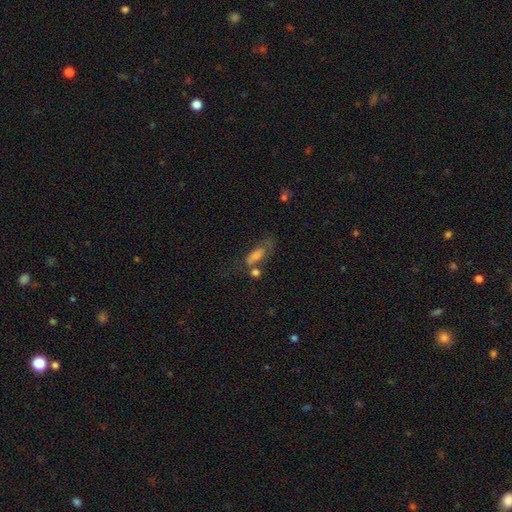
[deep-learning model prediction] smooth_or_featured: smooth (p=0.55) [alt: featured or disk p=0.29]
how_rounded: in between (p=0.63) [alt: cigar-shaped p=0.32]
merging: none (p=0.37) [alt: merger p=0.23]